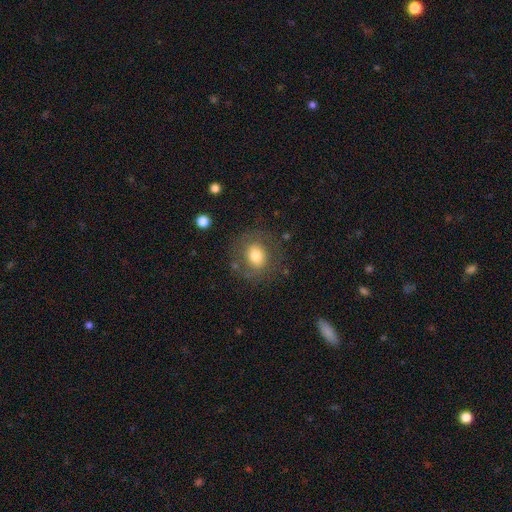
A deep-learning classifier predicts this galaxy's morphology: Smooth or featured? Predicted: smooth (p=0.68). How rounded? Predicted: round (p=0.73). Merging? Predicted: none (p=0.75).